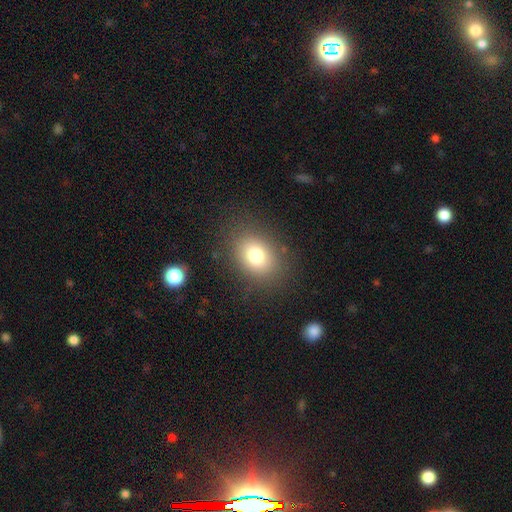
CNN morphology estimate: Smooth or featured? Predicted: smooth (p=0.76). How rounded? Predicted: in between (p=0.57). Merging? Predicted: none (p=0.84).